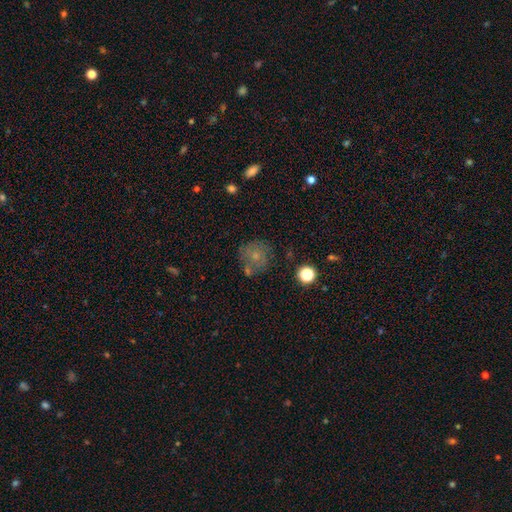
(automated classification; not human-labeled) Smooth or featured? smooth (61%)
How rounded? round (88%)
Merging? none (63%)